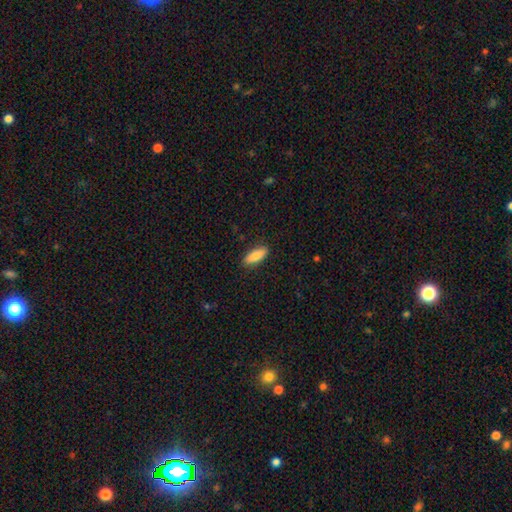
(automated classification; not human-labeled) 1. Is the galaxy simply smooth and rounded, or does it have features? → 83% smooth, 11% featured or disk, 6% star or artifact.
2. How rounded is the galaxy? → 66% in between, 32% cigar-shaped, 2% round.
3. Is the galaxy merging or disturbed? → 87% none, 10% minor disturbance, 2% major disturbance, 1% merger.